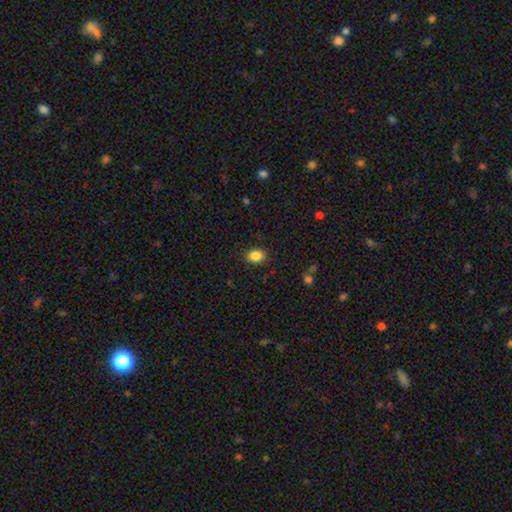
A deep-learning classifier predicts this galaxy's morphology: This is clearly a smooth galaxy (87%). How rounded: likely in between (64%). Merging: clearly none (88%).